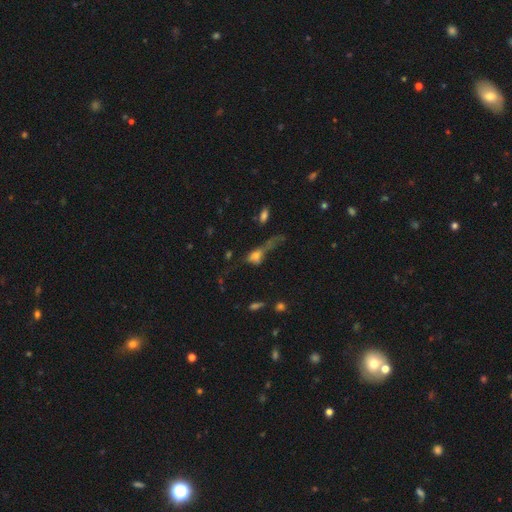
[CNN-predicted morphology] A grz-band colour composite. It shows a smooth galaxy with no disk features (52%) that is in between round and cigar-shaped (59%). Merging: major disturbance (44%).